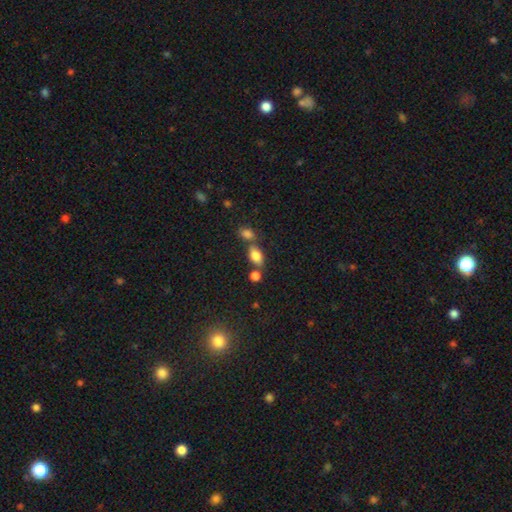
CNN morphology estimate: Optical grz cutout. It shows a smooth galaxy with no disk features (80%) that is in between round and cigar-shaped (85%). Merging: none (55%).